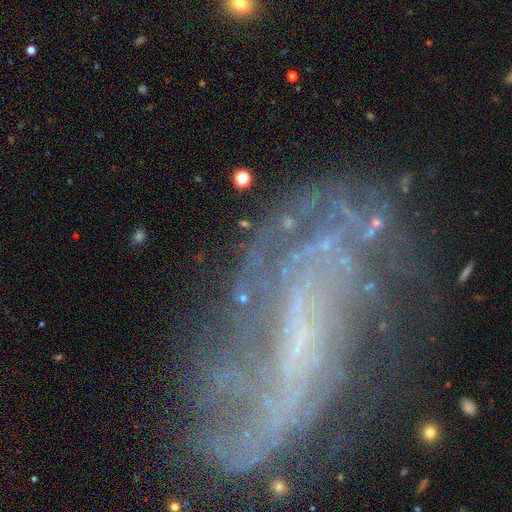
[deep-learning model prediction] The model was most divided on "bulge size": small: 44%, none: 42%, moderate: 10%, large: 2%, dominant: 1%. Remaining: edge-on disk — no (95%); spiral arms — yes (87%); smooth or featured — featured or disk (82%); merging — none (56%); bar — weak (39%); spiral winding — medium (37%); spiral arm count — 2 (32%).